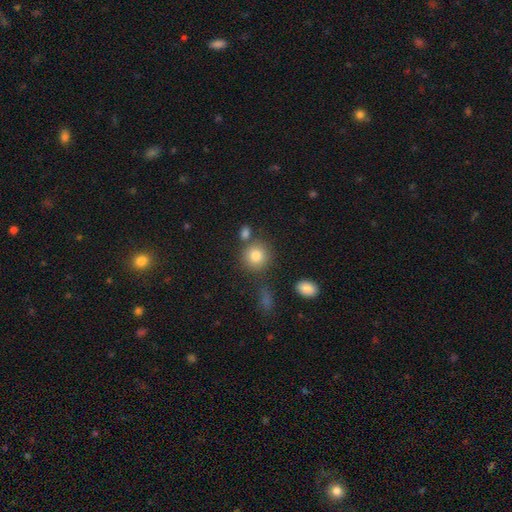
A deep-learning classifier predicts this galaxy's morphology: Smooth or featured? smooth (82%)
How rounded? round (88%)
Merging? none (74%)